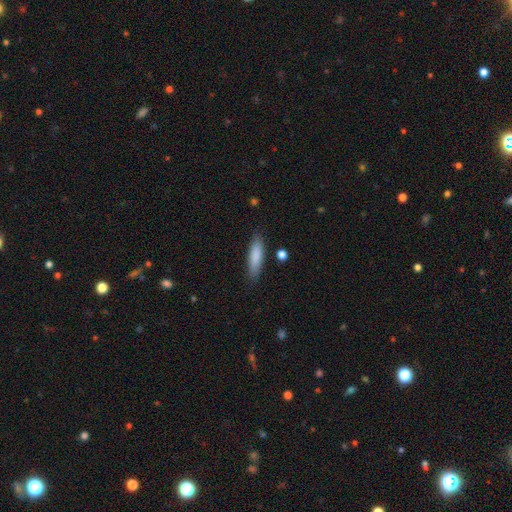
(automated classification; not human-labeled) A smooth galaxy with no disk features (84%) that is cigar-shaped (65%). Merging: none (84%).